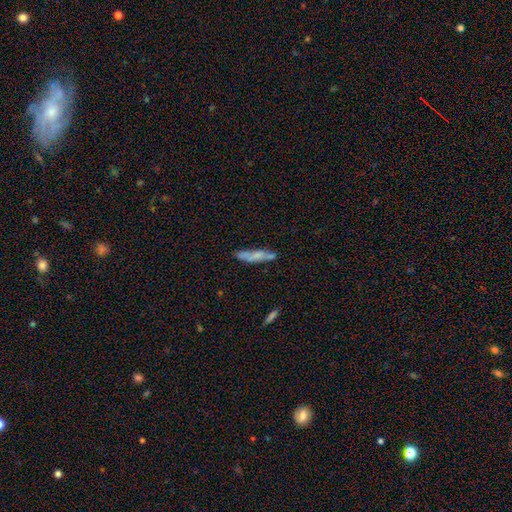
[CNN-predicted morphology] Smooth or featured? Predicted: smooth (p=0.61). How rounded? Predicted: cigar-shaped (p=0.84). Merging? Predicted: none (p=0.64).